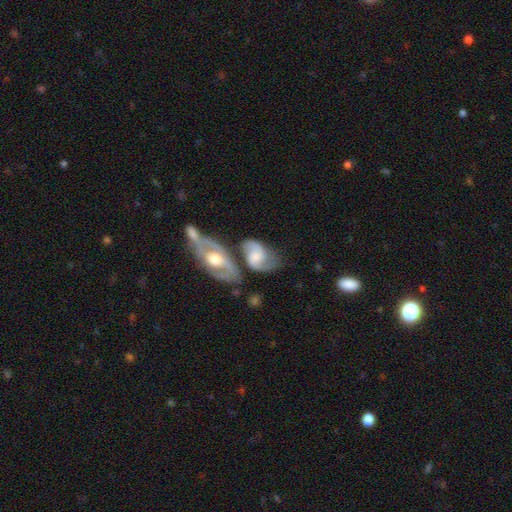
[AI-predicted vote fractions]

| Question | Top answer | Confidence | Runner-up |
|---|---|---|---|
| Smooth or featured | featured or disk | 71% | smooth (24%) |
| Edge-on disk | no | 95% | yes (5%) |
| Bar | no | 52% | weak (40%) |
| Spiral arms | yes | 90% | no (10%) |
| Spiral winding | medium | 49% | loose (34%) |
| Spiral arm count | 2 | 87% | can't tell (6%) |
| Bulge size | moderate | 50% | small (27%) |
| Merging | none | 40% | merger (31%) |